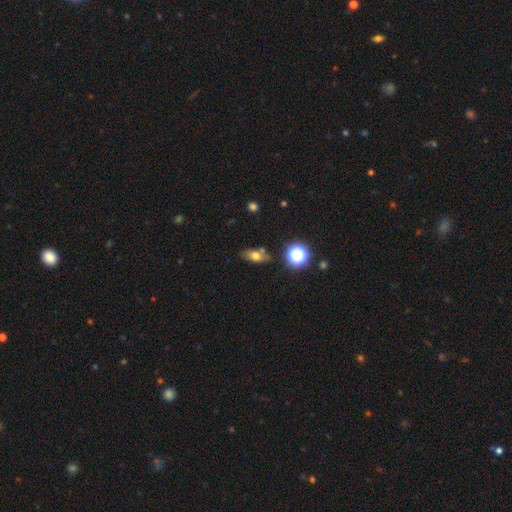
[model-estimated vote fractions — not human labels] smooth_or_featured: smooth (p=0.67) [alt: featured or disk p=0.19]
how_rounded: in between (p=0.76) [alt: round p=0.12]
merging: none (p=0.72) [alt: minor disturbance p=0.15]